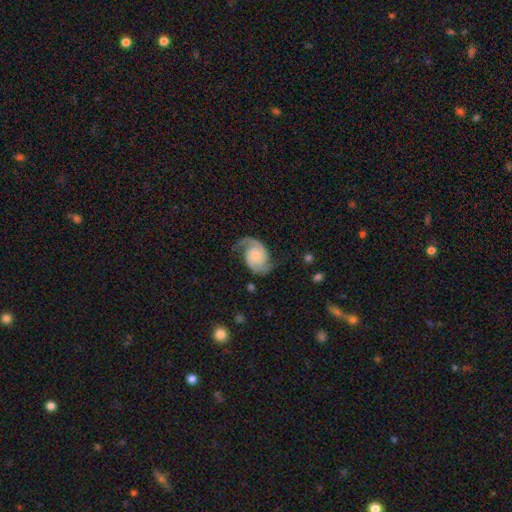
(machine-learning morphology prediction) This is clearly a featured or disk galaxy (87%). It is clearly not viewed edge-on (98%). Bar: likely no (72%). Spiral arm pattern: clearly yes (97%). Spiral arm count: clearly 2 (91%). Spiral winding: possibly medium (48%). Central bulge: possibly small (55%). Merging: likely none (69%).